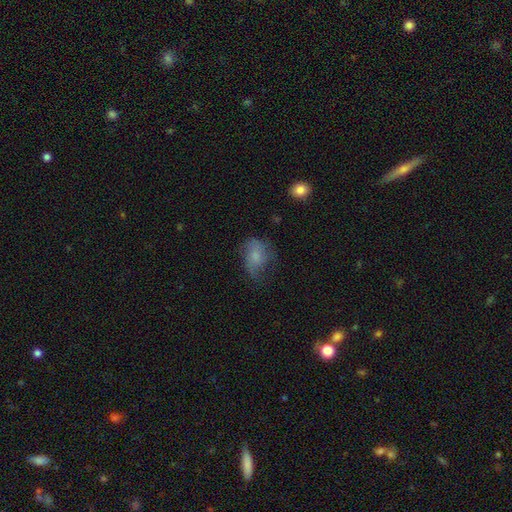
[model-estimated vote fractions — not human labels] The model was most divided on "merging": none: 41%, minor disturbance: 30%, major disturbance: 27%, merger: 2%. More confident: how rounded — in between (71%); smooth or featured — smooth (59%).